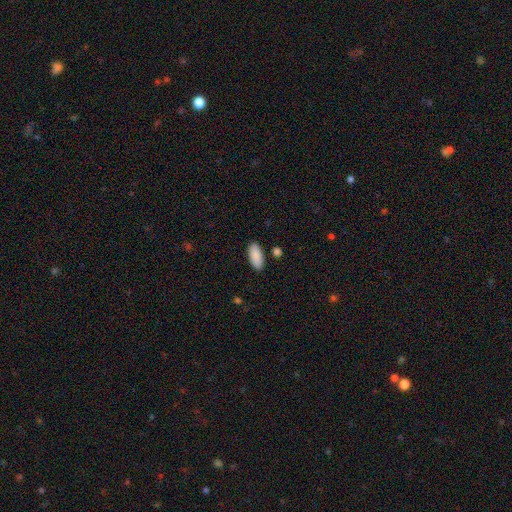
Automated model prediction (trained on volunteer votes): smooth-or-featured: smooth: 90% | star or artifact: 6% | featured or disk: 4%
  how-rounded: in between: 88% | cigar-shaped: 10% | round: 2%
  merging: none: 86% | minor disturbance: 9% | merger: 3% | major disturbance: 2%